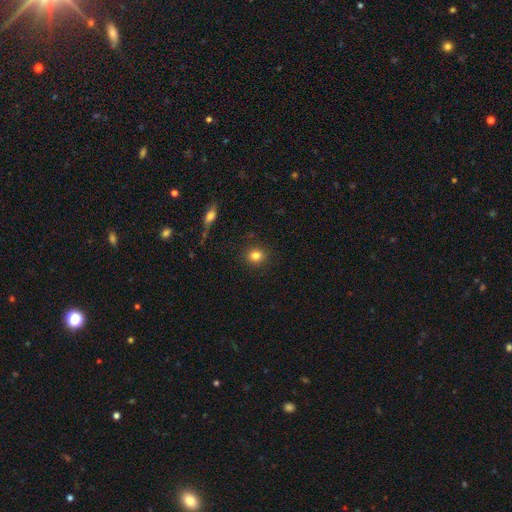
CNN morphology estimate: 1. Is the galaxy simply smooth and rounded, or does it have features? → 82% smooth, 11% star or artifact, 6% featured or disk.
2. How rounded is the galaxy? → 85% round, 14% in between, 1% cigar-shaped.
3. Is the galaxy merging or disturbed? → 89% none, 7% minor disturbance, 2% major disturbance, 1% merger.